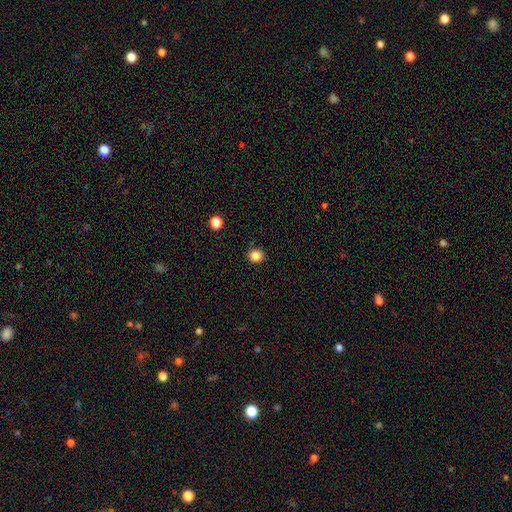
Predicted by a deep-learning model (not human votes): A smooth galaxy with no disk features (84%) that is round (83%).

Vote fractions:
- Smooth or featured? smooth: 84% / star or artifact: 12% / featured or disk: 4%
- How rounded? round: 83% / in between: 16% / cigar-shaped: 1%
- Merging? none: 91% / minor disturbance: 6% / major disturbance: 2% / merger: 1%